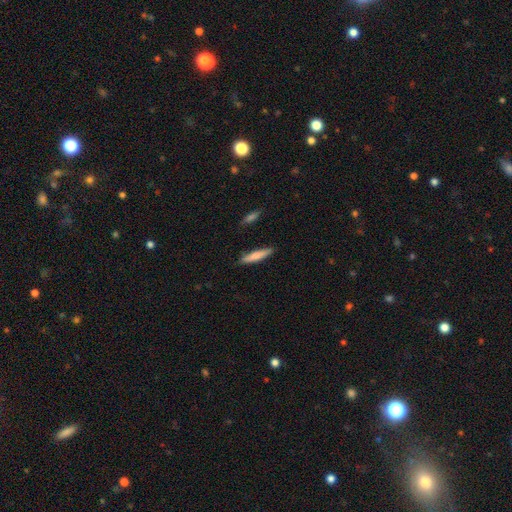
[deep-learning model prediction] Smooth or featured? Predicted: smooth (p=0.72). How rounded? Predicted: cigar-shaped (p=0.85). Merging? Predicted: none (p=0.86).